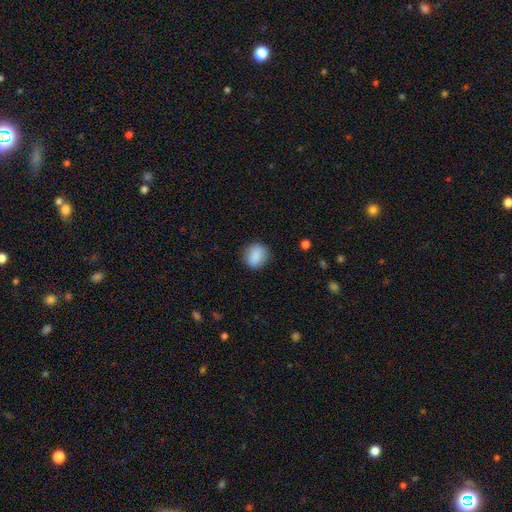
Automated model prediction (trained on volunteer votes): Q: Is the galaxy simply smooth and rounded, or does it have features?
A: smooth — 87%.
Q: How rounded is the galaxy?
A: round — 67%.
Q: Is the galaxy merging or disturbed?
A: none — 85%.